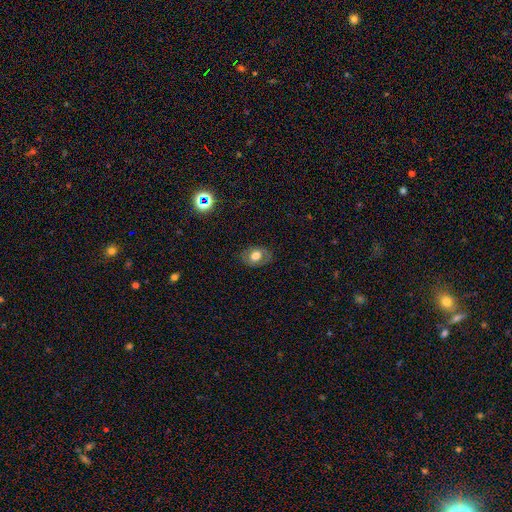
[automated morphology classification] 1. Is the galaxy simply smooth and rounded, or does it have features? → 63% smooth, 27% featured or disk, 9% star or artifact.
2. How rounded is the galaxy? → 70% in between, 29% round, 1% cigar-shaped.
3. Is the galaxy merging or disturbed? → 80% none, 14% minor disturbance, 5% major disturbance, 1% merger.